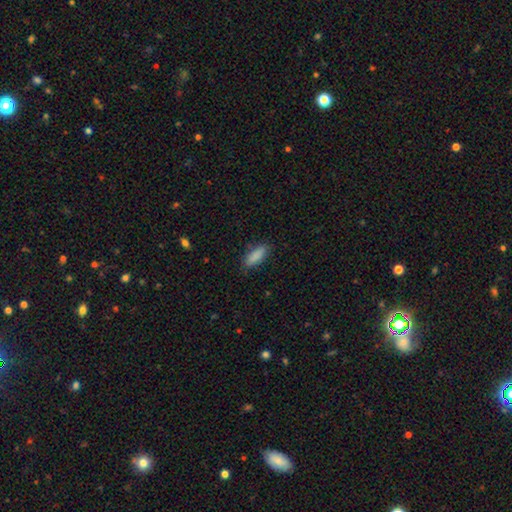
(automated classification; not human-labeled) The model was most divided on "how rounded": in between: 70%, cigar-shaped: 28%, round: 2%. More confident: smooth or featured — smooth (88%); merging — none (83%).